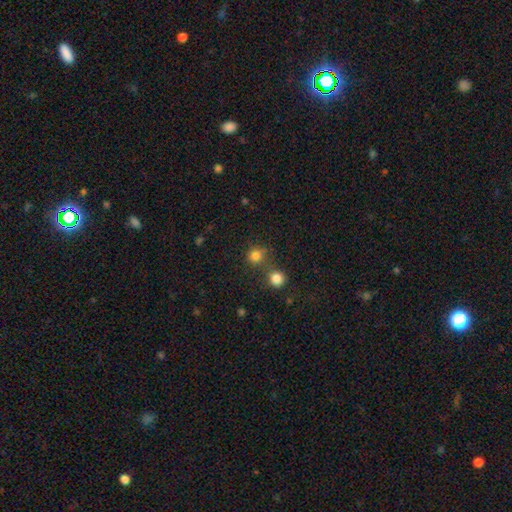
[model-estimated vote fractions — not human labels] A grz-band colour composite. It shows a smooth galaxy with no disk features (80%) that is round (87%). Merging: none (63%).